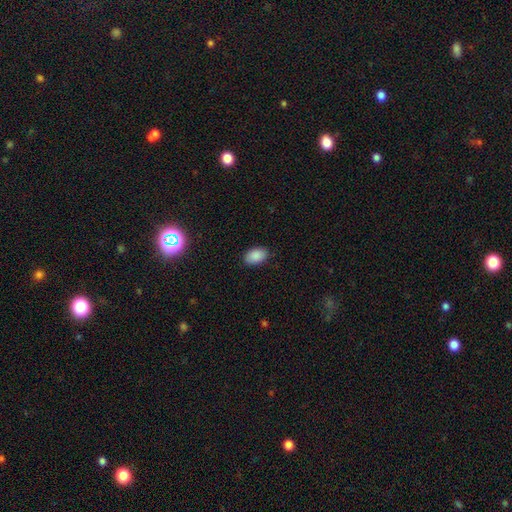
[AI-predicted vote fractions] smooth-or-featured: smooth: 88% | star or artifact: 8% | featured or disk: 4%
  how-rounded: in between: 90% | round: 9% | cigar-shaped: 1%
  merging: none: 87% | minor disturbance: 10% | major disturbance: 2% | merger: 1%